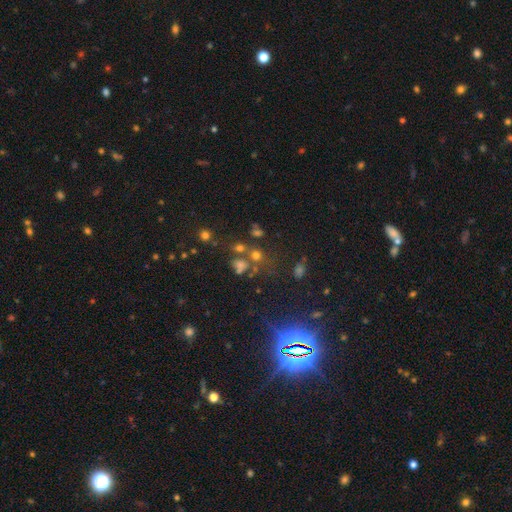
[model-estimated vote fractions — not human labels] The model was most divided on "smooth or featured": star or artifact: 51%, smooth: 36%, featured or disk: 12%.